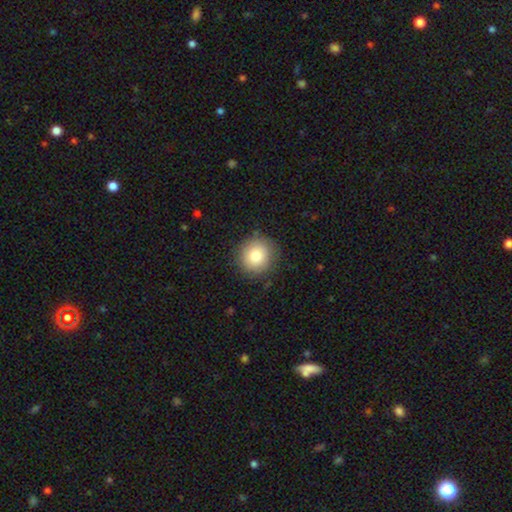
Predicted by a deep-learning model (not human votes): smooth 81%, featured or disk 9%, star or artifact 9%. Down the decision tree: how rounded — round (92%); merging — none (86%).